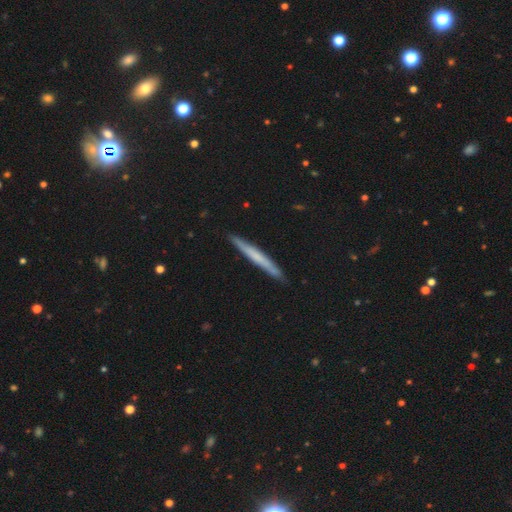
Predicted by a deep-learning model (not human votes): A smooth galaxy with no disk features (50%) that is cigar-shaped (97%).

Vote fractions:
- Smooth or featured? smooth: 50% / featured or disk: 44% / star or artifact: 6%
- How rounded? cigar-shaped: 97% / in between: 2% / round: 1%
- Merging? none: 89% / minor disturbance: 8% / major disturbance: 1% / merger: 1%